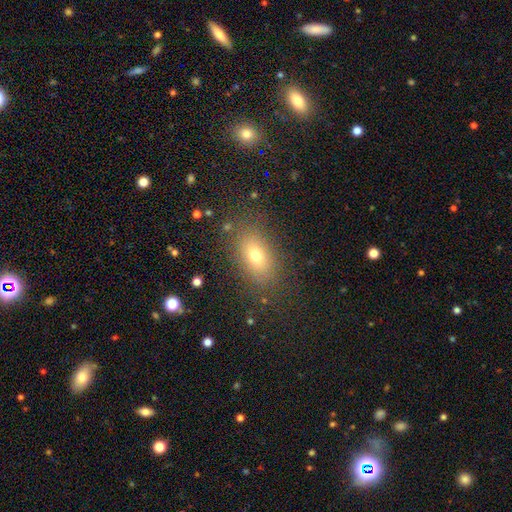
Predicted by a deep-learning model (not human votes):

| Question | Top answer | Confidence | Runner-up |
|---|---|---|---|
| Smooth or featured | smooth | 72% | featured or disk (15%) |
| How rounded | in between | 82% | round (14%) |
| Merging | none | 82% | minor disturbance (11%) |